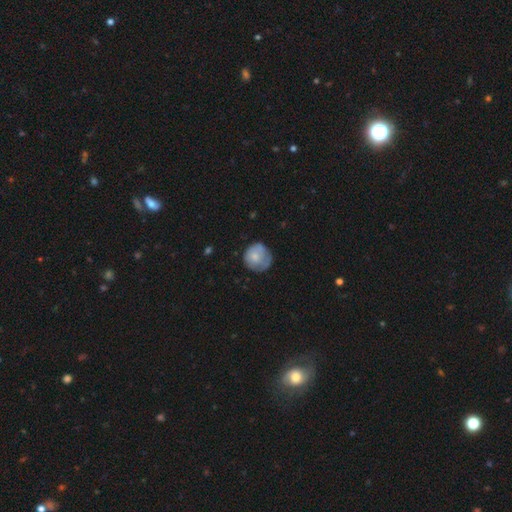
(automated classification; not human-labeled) smooth_or_featured: smooth (p=0.71) [alt: featured or disk p=0.22]
how_rounded: round (p=0.90) [alt: in between p=0.09]
merging: none (p=0.64) [alt: minor disturbance p=0.26]